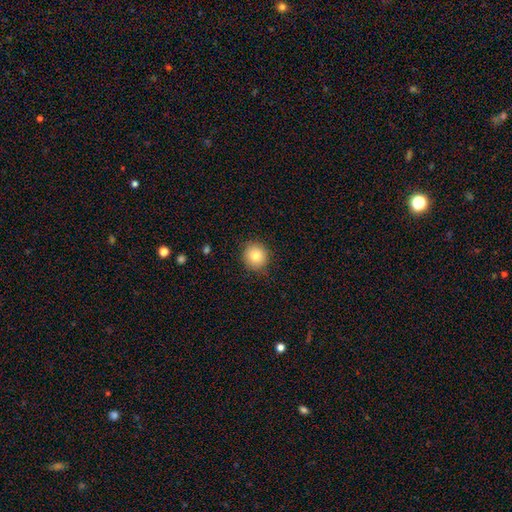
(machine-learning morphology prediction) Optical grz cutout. It shows a smooth galaxy with no disk features (82%) that is round (92%). Merging: none (88%).